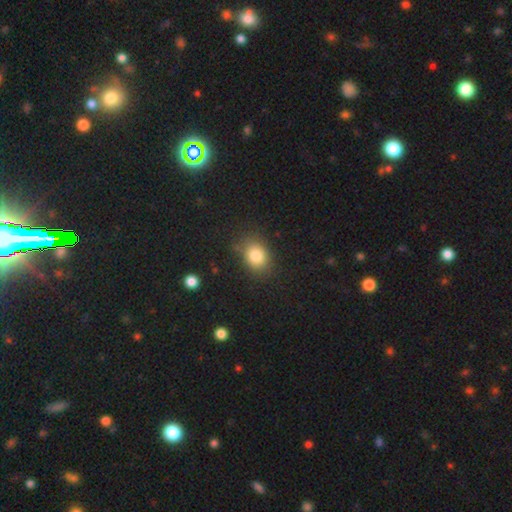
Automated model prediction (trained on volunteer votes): Overall: smooth (83%). How rounded: in between (54%; round 45%). Merging: none (79%).